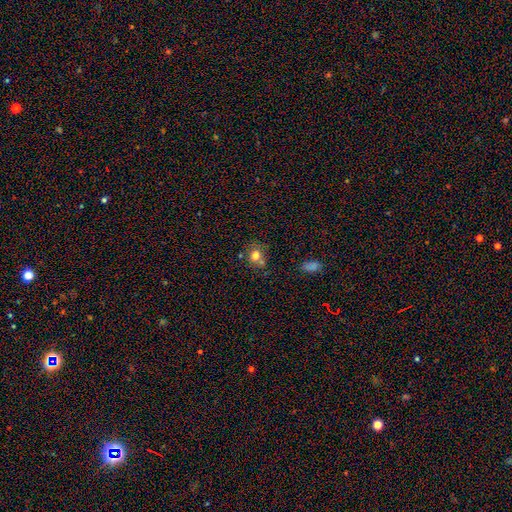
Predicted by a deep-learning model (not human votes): A smooth galaxy with no disk features (75%) that is round (72%).

Vote fractions:
- Smooth or featured? smooth: 75% / star or artifact: 13% / featured or disk: 12%
- How rounded? round: 72% / in between: 27% / cigar-shaped: 1%
- Merging? none: 56% / merger: 23% / minor disturbance: 15% / major disturbance: 5%